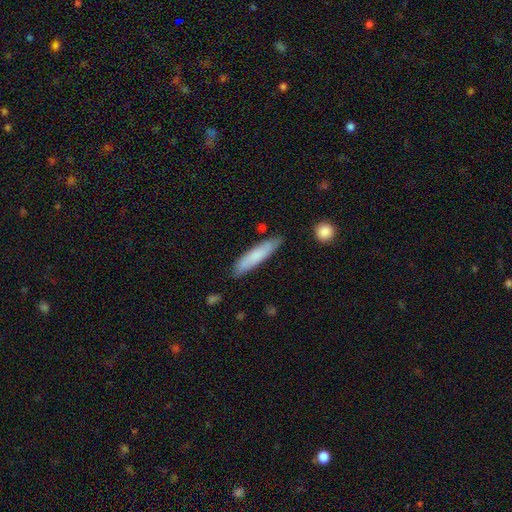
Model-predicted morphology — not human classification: type=smooth (74%); roundness=cigar-shaped (83%); merging=none (80%).